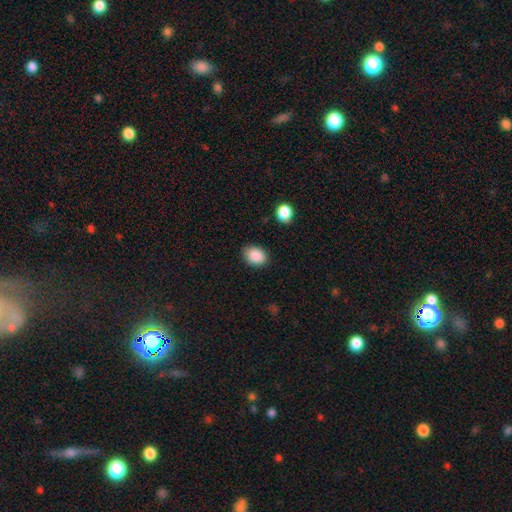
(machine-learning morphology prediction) This appears to be a smooth galaxy with no disk features (89%) that is in between round and cigar-shaped (65%). Merging: none (84%).